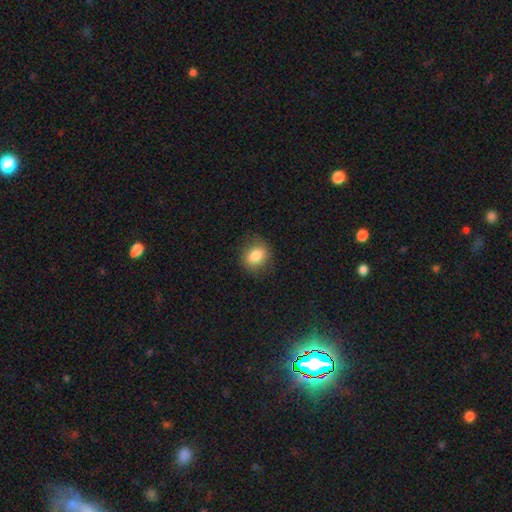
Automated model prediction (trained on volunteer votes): Overall: smooth (82%). How rounded: round (54%; in between 45%). Merging: none (79%).